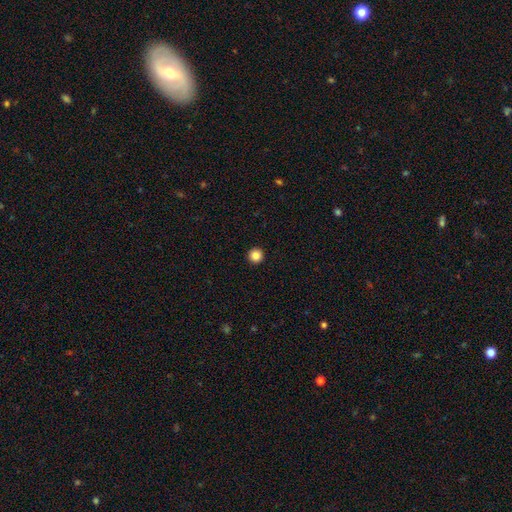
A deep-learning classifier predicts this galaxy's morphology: Overall: smooth (85%). How rounded: round (97%). Merging: none (94%).